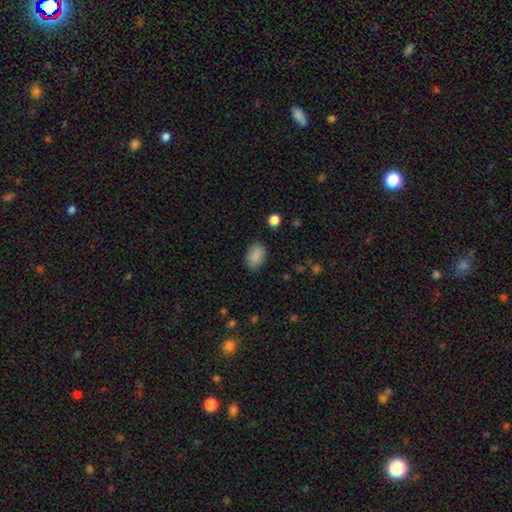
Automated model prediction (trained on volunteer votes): A smooth galaxy with no disk features (88%) that is in between round and cigar-shaped (88%). Merging: none (84%).